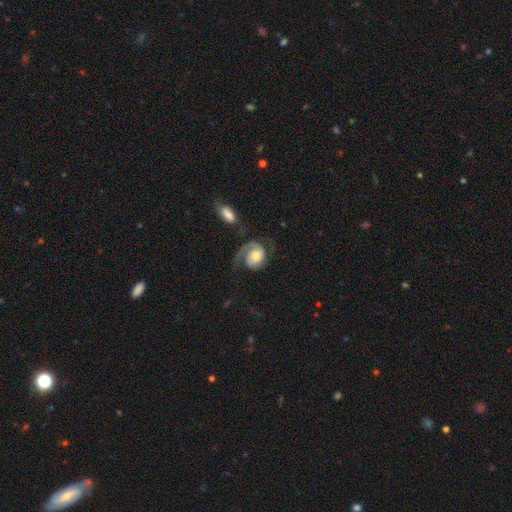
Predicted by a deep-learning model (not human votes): smooth-or-featured: featured or disk: 74% | smooth: 20% | star or artifact: 6%
  disk-edge-on: no: 98% | yes: 2%
    bar: no: 72% | weak: 23% | strong: 5%
    has-spiral-arms: yes: 94% | no: 6%
      spiral-winding: medium: 38% | tight: 32% | loose: 30%
      spiral-arm-count: 1: 61% | 2: 32% | can't tell: 4% | 3: 1% | 4: 1% | more than 4: 1%
    bulge-size: moderate: 47% | large: 26% | small: 17% | dominant: 5% | none: 4%
  merging: none: 45% | major disturbance: 32% | minor disturbance: 18% | merger: 5%